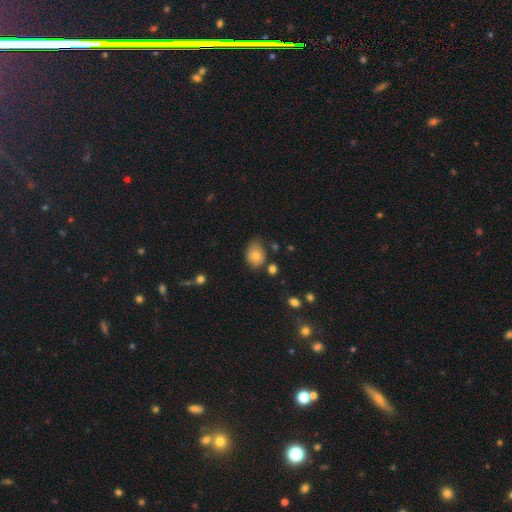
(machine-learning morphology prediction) Smooth or featured? Predicted: smooth (p=0.74). How rounded? Predicted: in between (p=0.53). Merging? Predicted: none (p=0.60).